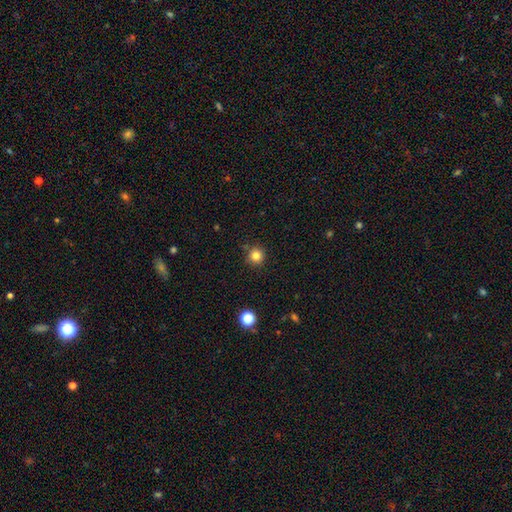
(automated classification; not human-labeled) smooth-or-featured: smooth: 82% | star or artifact: 13% | featured or disk: 5%
  how-rounded: round: 95% | in between: 4% | cigar-shaped: 1%
  merging: none: 87% | minor disturbance: 8% | merger: 2% | major disturbance: 2%